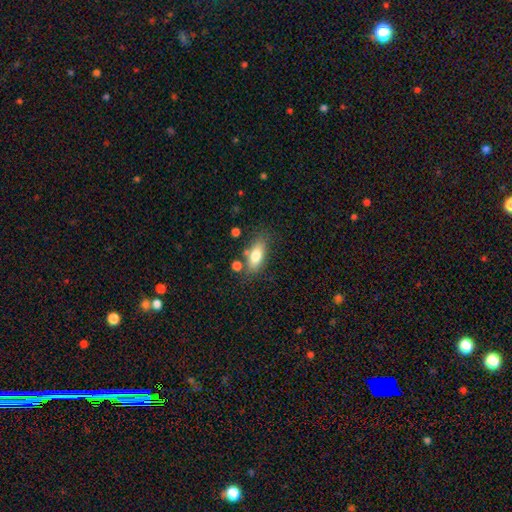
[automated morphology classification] A smooth galaxy with no disk features (76%) that is in between round and cigar-shaped (79%). Merging: none (71%).